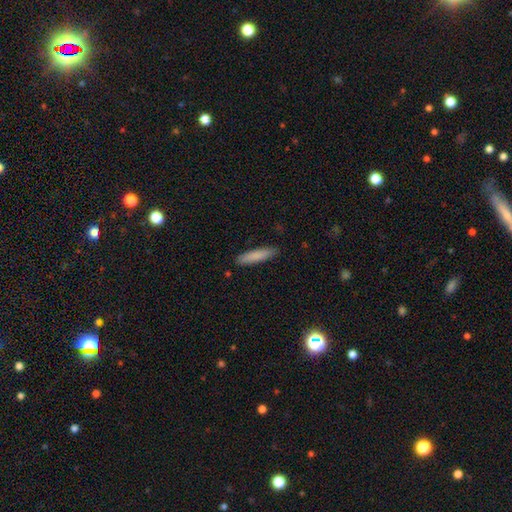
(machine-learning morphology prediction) The model was most divided on "how rounded": cigar-shaped: 84%, in between: 15%, round: 1%. More confident: merging — none (88%); smooth or featured — smooth (83%).